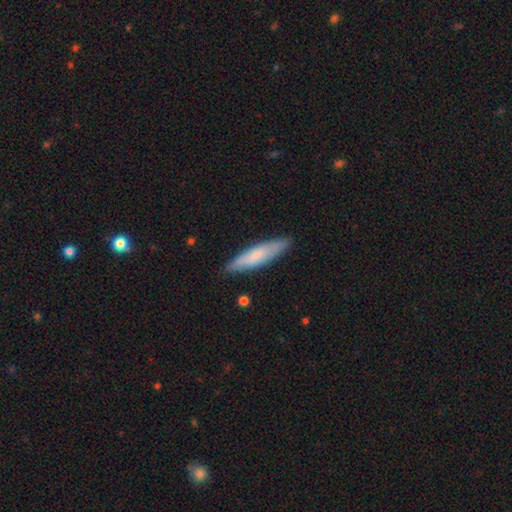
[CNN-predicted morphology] Smooth or featured? smooth (70%)
How rounded? cigar-shaped (79%)
Merging? none (86%)